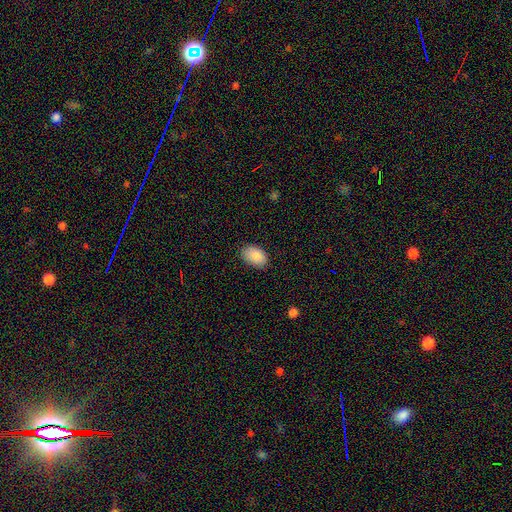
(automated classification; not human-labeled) A smooth galaxy with no disk features (87%) that is in between round and cigar-shaped (90%). Merging: none (82%).